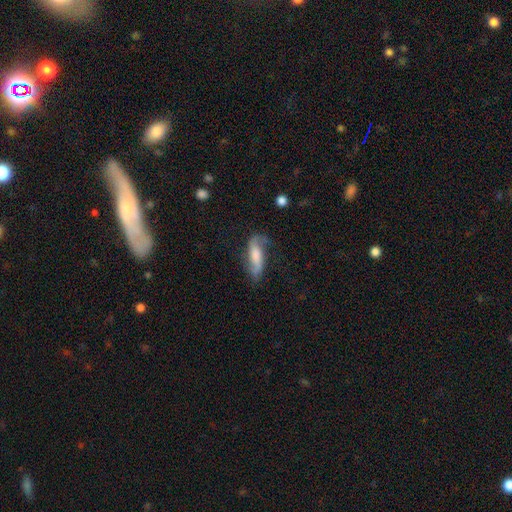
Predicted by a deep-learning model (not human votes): Overall: featured or disk (51%; smooth 42%). Edge-on disk: no (80%). Merging: none (55%; minor disturbance 27%).